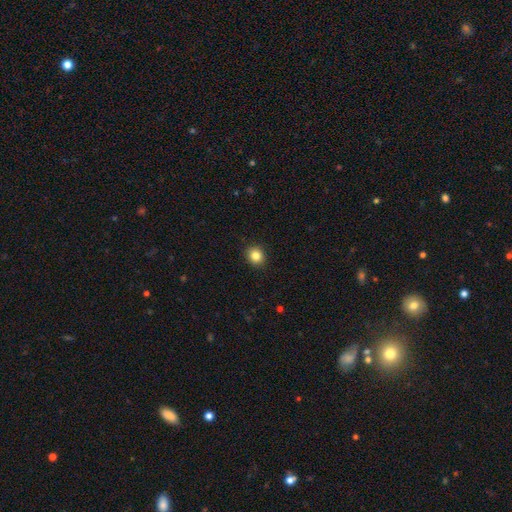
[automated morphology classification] Q: Smooth or featured?
A: smooth (84%); runner-up: star or artifact (10%)
Q: How rounded?
A: round (82%); runner-up: in between (17%)
Q: Merging?
A: none (91%); runner-up: minor disturbance (6%)